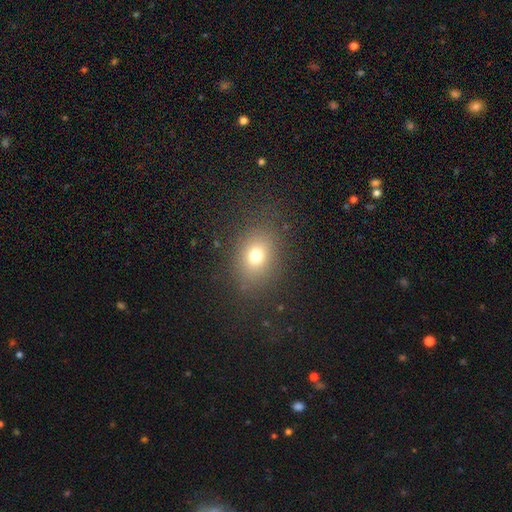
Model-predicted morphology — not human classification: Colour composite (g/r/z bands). It shows a smooth galaxy with no disk features (72%) that is in between round and cigar-shaped (52%). Merging: none (82%).